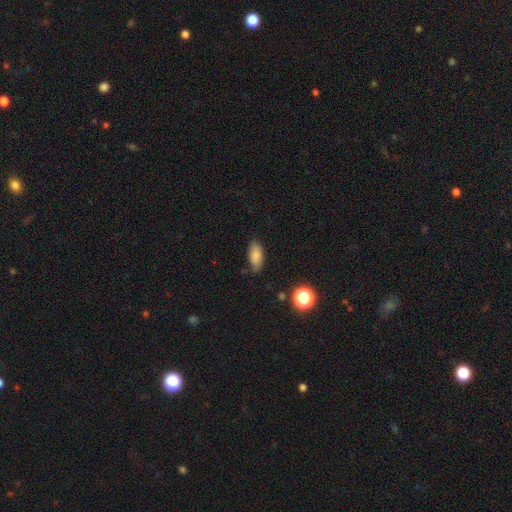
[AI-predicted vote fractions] Morphology: type=smooth (83%); roundness=in between (87%); merging=none (72%).